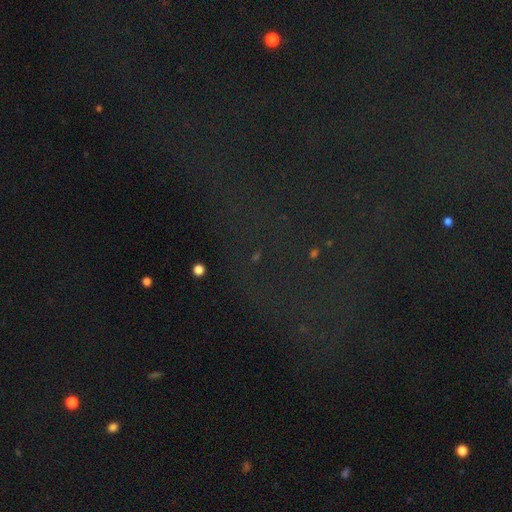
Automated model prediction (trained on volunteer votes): Smooth or featured? star or artifact (80%)